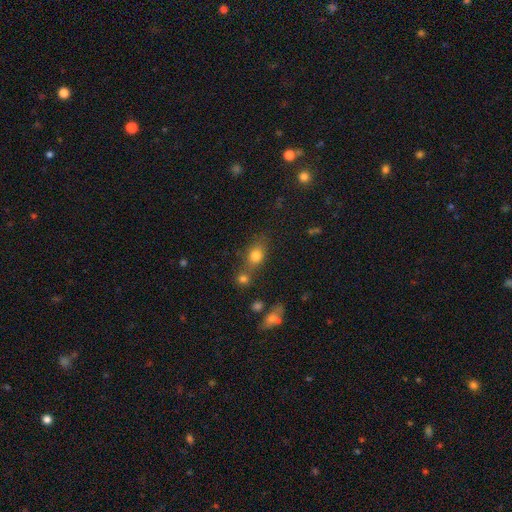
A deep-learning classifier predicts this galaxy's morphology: Smooth or featured? Predicted: smooth (p=0.78). How rounded? Predicted: in between (p=0.49). Merging? Predicted: none (p=0.53).